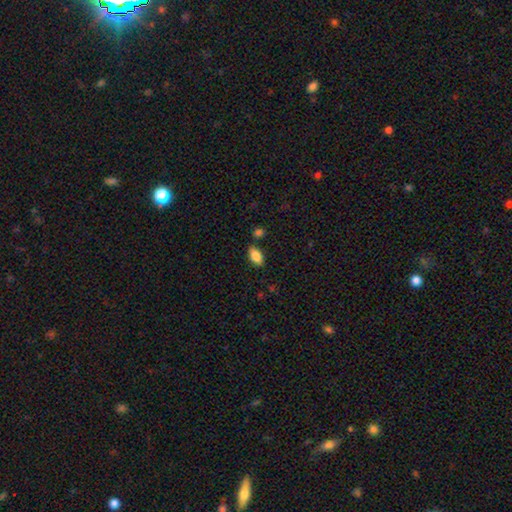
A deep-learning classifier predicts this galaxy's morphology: This is clearly a smooth galaxy (87%). How rounded: clearly in between (91%). Merging: likely none (80%).